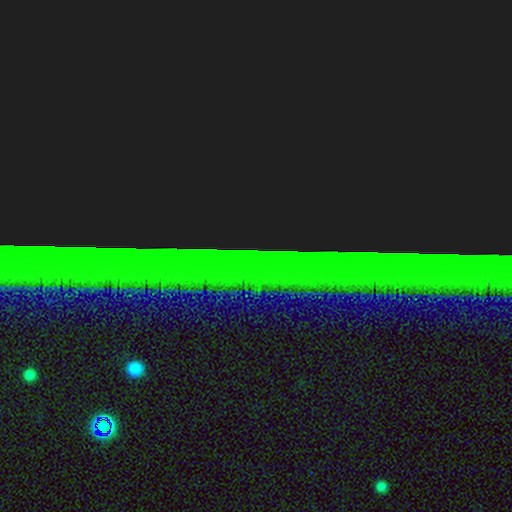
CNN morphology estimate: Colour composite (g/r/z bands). It shows a star or artifact, not a galaxy (84%).